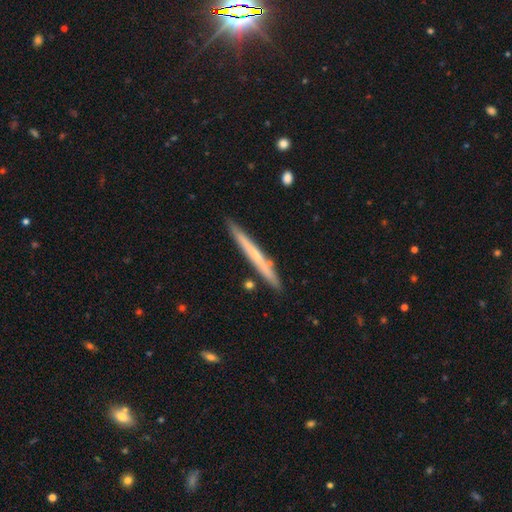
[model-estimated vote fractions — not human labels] Smooth or featured? featured or disk (52%)
Edge-on disk? yes (96%)
Edge-on bulge? none (71%)
Merging? none (89%)